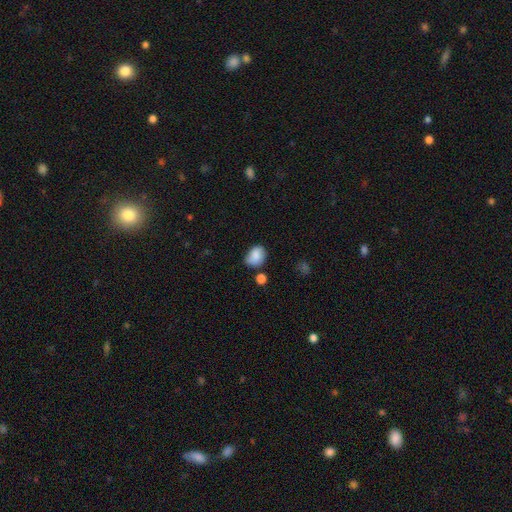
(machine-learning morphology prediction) This appears to be a smooth galaxy with no disk features (82%) that is in between round and cigar-shaped (61%). Merging: none (57%).